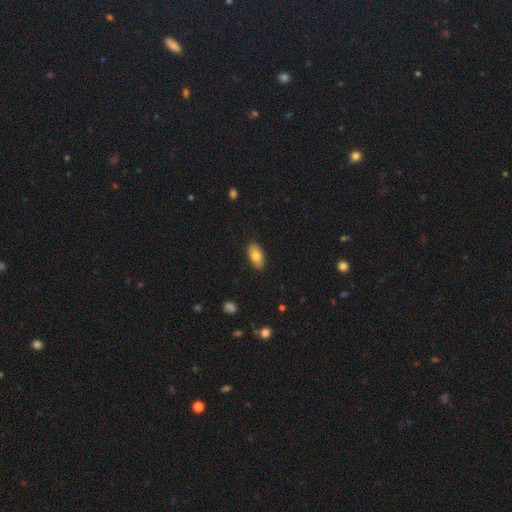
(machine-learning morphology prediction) Smooth or featured? Predicted: smooth (p=0.78). How rounded? Predicted: in between (p=0.93). Merging? Predicted: none (p=0.88).